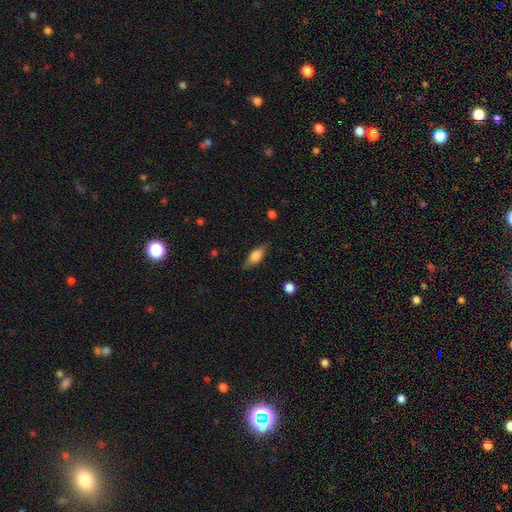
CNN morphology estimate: The model was most divided on "smooth or featured": smooth: 54%, featured or disk: 39%, star or artifact: 7%. More confident: merging — none (83%); how rounded — in between (64%).